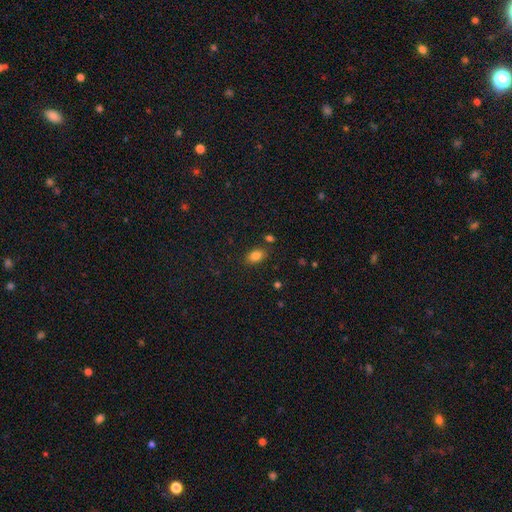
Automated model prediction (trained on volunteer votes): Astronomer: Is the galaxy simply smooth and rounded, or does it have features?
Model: smooth — 83%.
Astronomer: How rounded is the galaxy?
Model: in between — 86%.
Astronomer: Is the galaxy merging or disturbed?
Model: none — 80%.